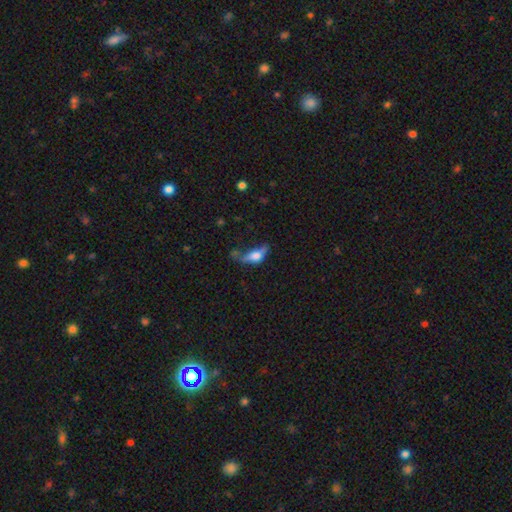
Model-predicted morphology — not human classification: Smooth or featured?
  - smooth: 50% *
  - featured or disk: 39%
  - star or artifact: 11%
Merging?
  - major disturbance: 34% *
  - none: 30%
  - minor disturbance: 24%
  - merger: 11%